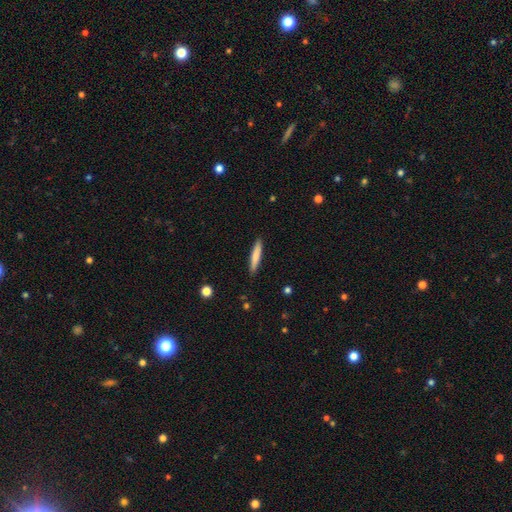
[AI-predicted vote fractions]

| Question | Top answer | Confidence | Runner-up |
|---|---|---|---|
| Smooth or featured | smooth | 76% | featured or disk (19%) |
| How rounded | cigar-shaped | 93% | in between (6%) |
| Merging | none | 90% | minor disturbance (7%) |